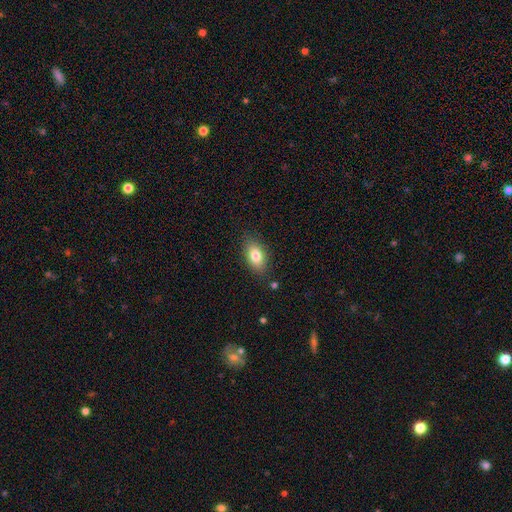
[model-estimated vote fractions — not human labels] Morphology: type=smooth (81%); roundness=in between (87%); merging=none (84%).